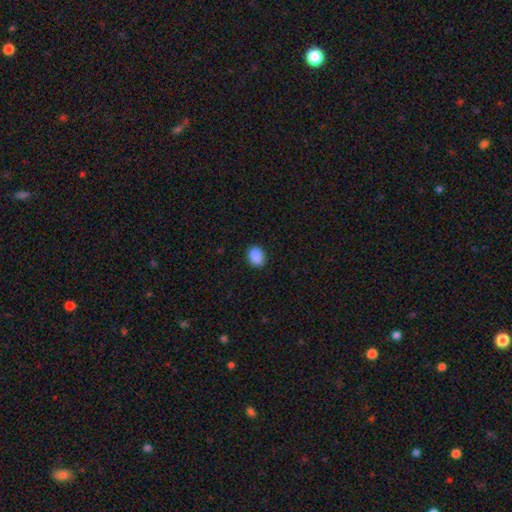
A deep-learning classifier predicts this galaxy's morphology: Smooth or featured?
  - smooth: 88% *
  - star or artifact: 9%
  - featured or disk: 3%
How rounded?
  - in between: 68% *
  - round: 31%
  - cigar-shaped: 1%
Merging?
  - none: 81% *
  - minor disturbance: 15%
  - major disturbance: 3%
  - merger: 1%